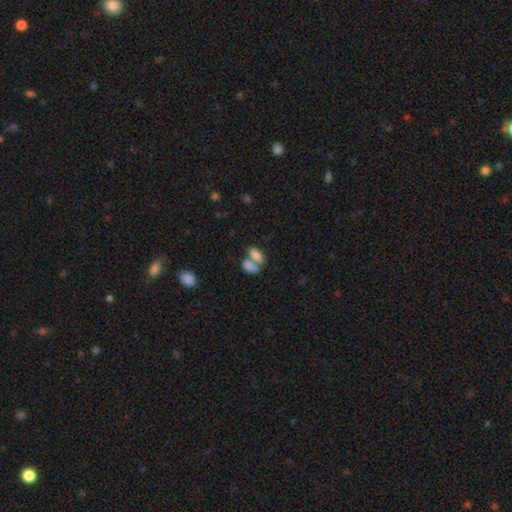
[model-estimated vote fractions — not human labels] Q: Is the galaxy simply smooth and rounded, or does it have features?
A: smooth — 79%.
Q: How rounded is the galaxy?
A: in between — 87%.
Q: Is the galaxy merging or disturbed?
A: merger — 61%.